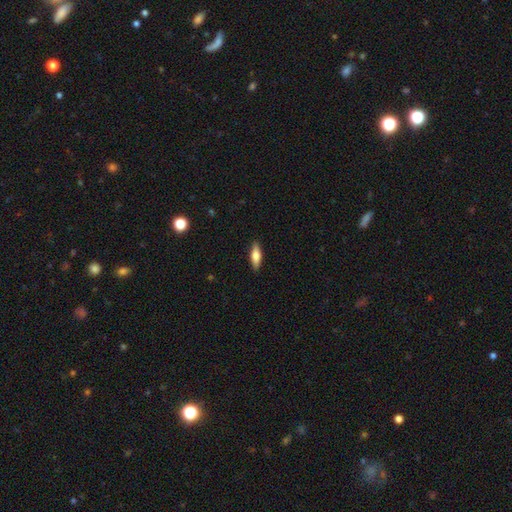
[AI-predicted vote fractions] Smooth or featured?
  - smooth: 65% *
  - featured or disk: 28%
  - star or artifact: 6%
How rounded?
  - in between: 50% *
  - cigar-shaped: 48%
  - round: 2%
Merging?
  - none: 88% *
  - minor disturbance: 9%
  - major disturbance: 2%
  - merger: 1%